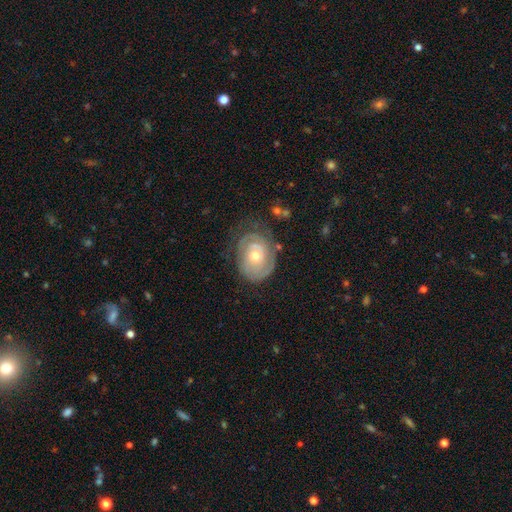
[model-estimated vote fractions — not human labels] Morphology: type=featured or disk (76%); edge-on=no (96%); bar=no (76%); spiral arms=yes (85%); winding=tight (70%); arm count=2 (37%); bulge=moderate (59%); merging=none (63%).